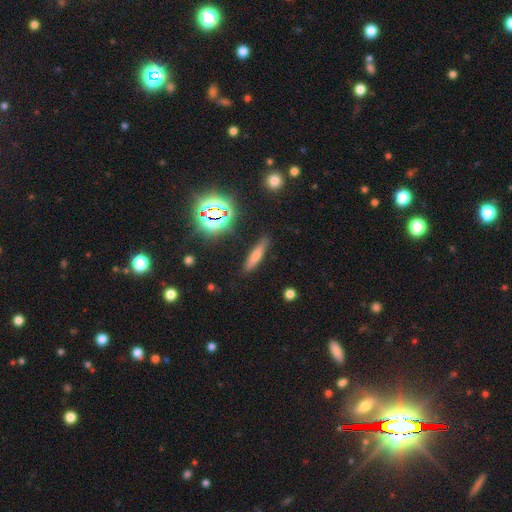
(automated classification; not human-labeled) Morphology: type=smooth (51%); roundness=cigar-shaped (78%); merging=none (87%).